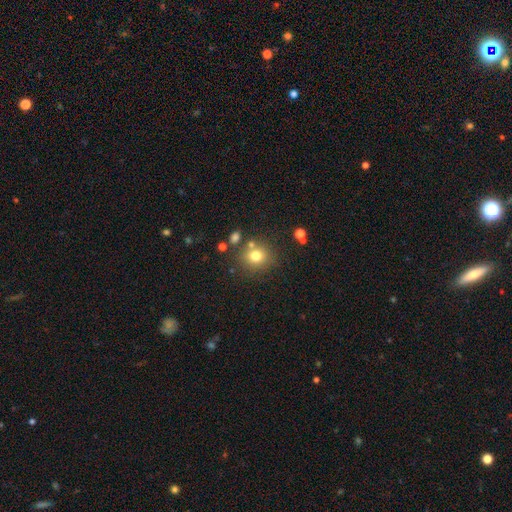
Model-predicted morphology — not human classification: Smooth or featured: smooth — 75% (star or artifact — 14%)
How rounded: round — 84% (in between — 15%)
Merging: none — 75% (minor disturbance — 11%)